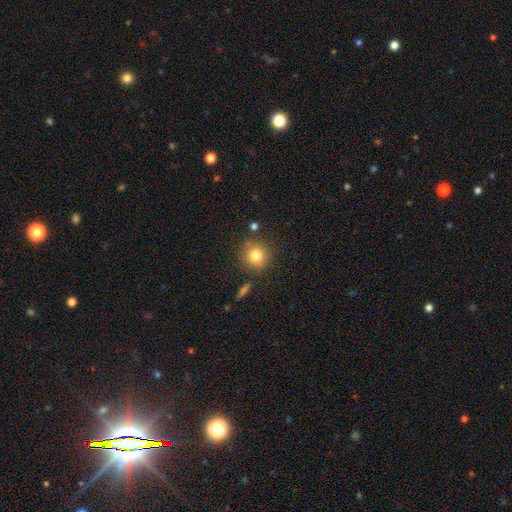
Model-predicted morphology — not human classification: Smooth or featured? smooth (81%)
How rounded? round (92%)
Merging? none (81%)